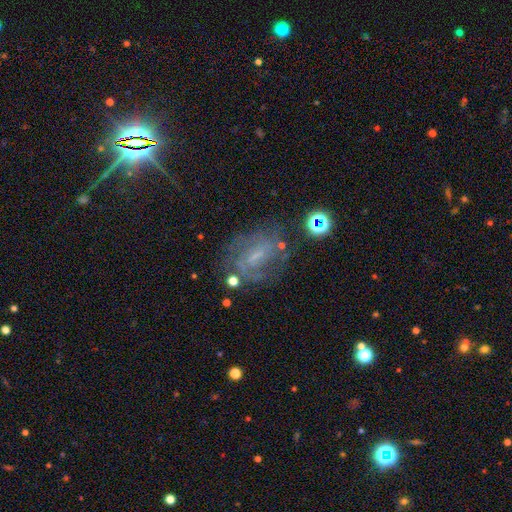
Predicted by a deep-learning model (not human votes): A featured or disk galaxy (68%) with a weak bar (51%), 2 (39%) medium (43%) spiral arms (85%) and a small central bulge (53%). Merging: none (67%).